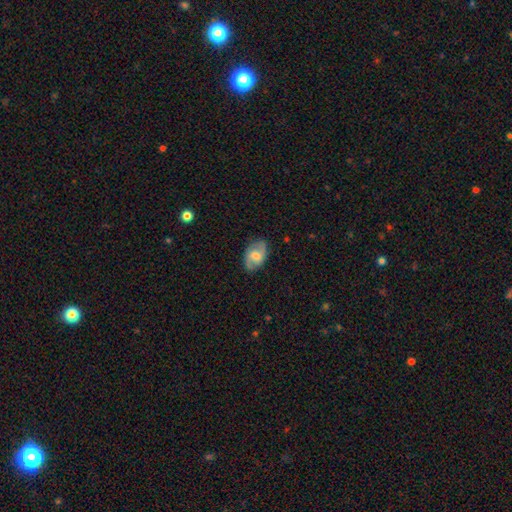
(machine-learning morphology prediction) This is likely a featured or disk galaxy (64%). It is clearly not viewed edge-on (96%). Bar: possibly weak (51%). Spiral arm pattern: clearly yes (89%). Spiral arm count: clearly 2 (86%). Spiral winding: possibly medium (47%). Central bulge: possibly moderate (56%). Merging: clearly none (81%).